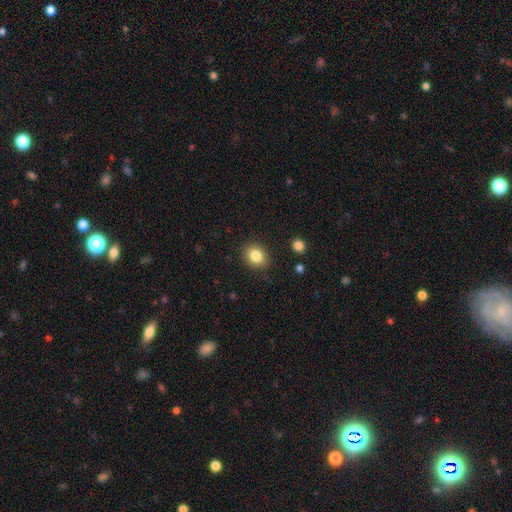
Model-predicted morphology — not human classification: Smooth or featured: smooth — 84% (star or artifact — 10%)
How rounded: round — 57% (in between — 42%)
Merging: none — 87% (minor disturbance — 9%)